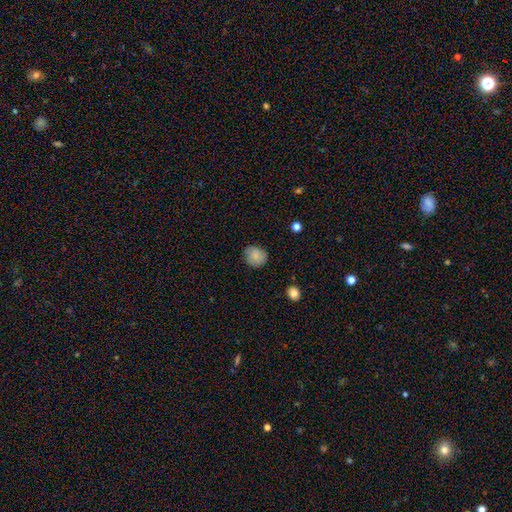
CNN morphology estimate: Smooth or featured? smooth (83%)
How rounded? round (81%)
Merging? none (79%)